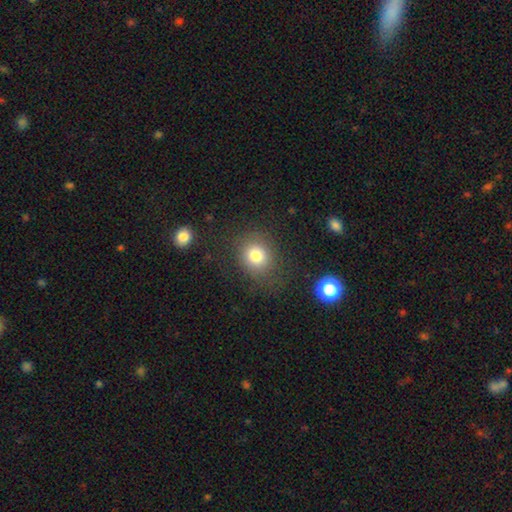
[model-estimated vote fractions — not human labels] smooth-or-featured: smooth: 79% | star or artifact: 12% | featured or disk: 9%
  how-rounded: round: 77% | in between: 22% | cigar-shaped: 1%
  merging: none: 79% | minor disturbance: 12% | major disturbance: 6% | merger: 2%